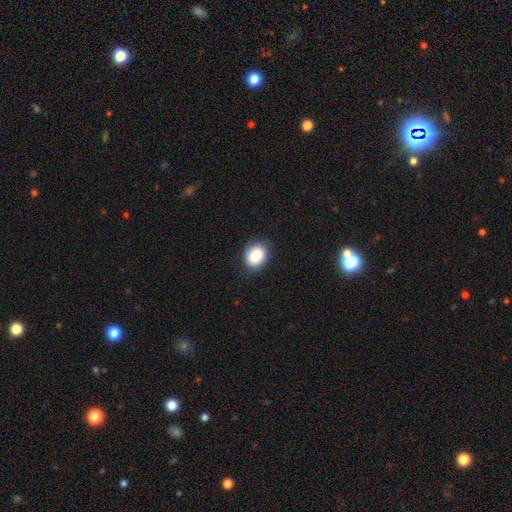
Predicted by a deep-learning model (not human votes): Morphology: type=smooth (88%); roundness=in between (58%); merging=none (84%).